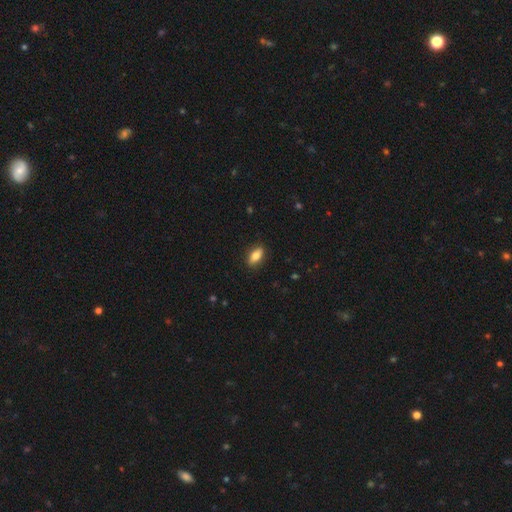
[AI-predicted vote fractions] Morphology: type=smooth (79%); roundness=in between (85%); merging=none (87%).